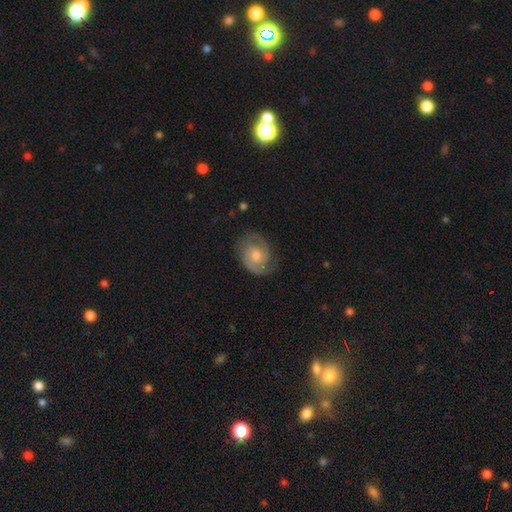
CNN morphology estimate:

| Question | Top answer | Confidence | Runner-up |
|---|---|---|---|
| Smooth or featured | featured or disk | 79% | smooth (14%) |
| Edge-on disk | no | 97% | yes (3%) |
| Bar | no | 67% | weak (29%) |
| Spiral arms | yes | 94% | no (6%) |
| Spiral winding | tight | 52% | medium (39%) |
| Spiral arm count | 2 | 77% | can't tell (11%) |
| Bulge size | moderate | 62% | small (27%) |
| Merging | none | 76% | minor disturbance (17%) |